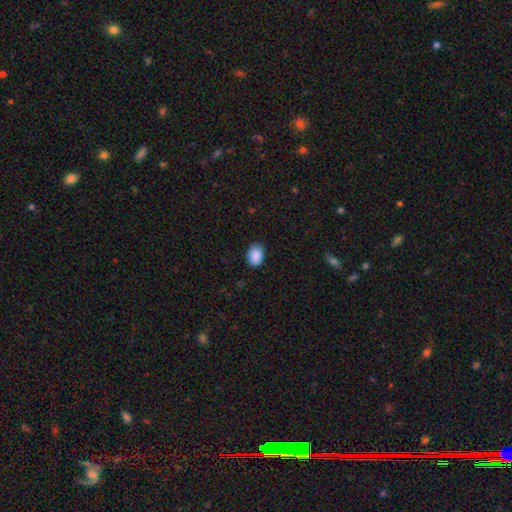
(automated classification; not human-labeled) Morphology: type=smooth (89%); roundness=in between (81%); merging=none (81%).